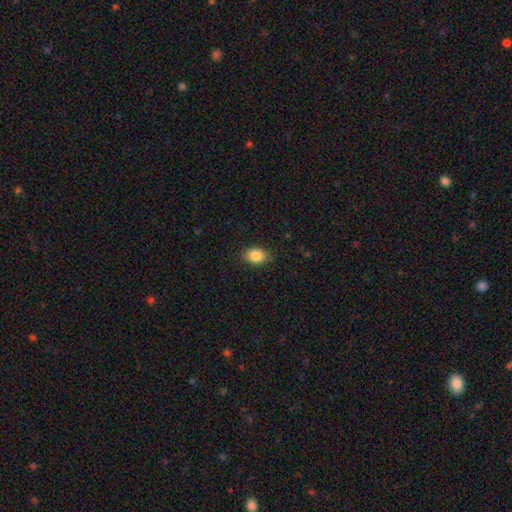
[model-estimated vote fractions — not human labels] Morphology: type=smooth (86%); roundness=in between (80%); merging=none (86%).